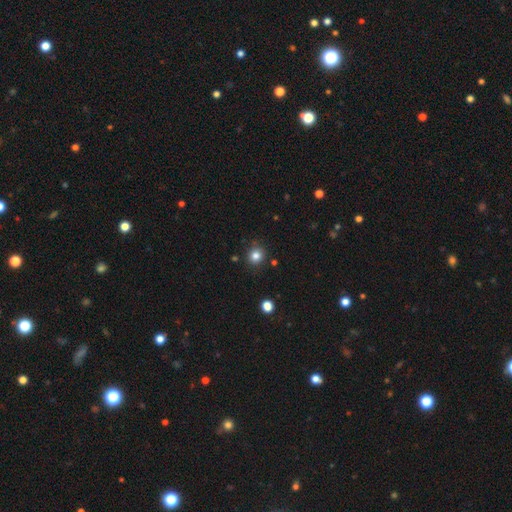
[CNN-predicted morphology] The model was most divided on "smooth or featured": smooth: 83%, star or artifact: 12%, featured or disk: 5%. More confident: how rounded — round (86%); merging — none (85%).